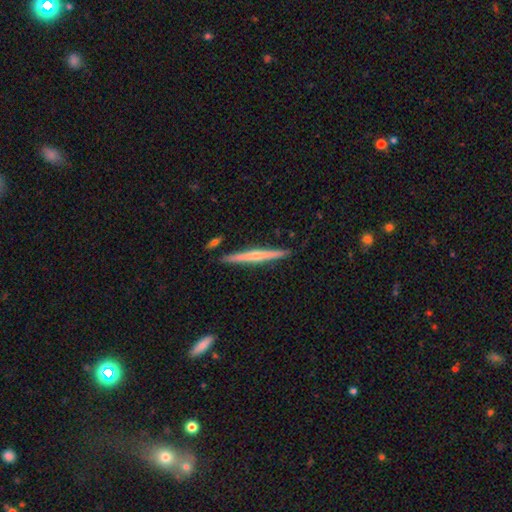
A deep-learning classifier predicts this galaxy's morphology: Overall: featured or disk (67%; smooth 28%). Edge-on disk: yes (98%). Edge-on bulge: rounded (74%). Merging: none (90%).